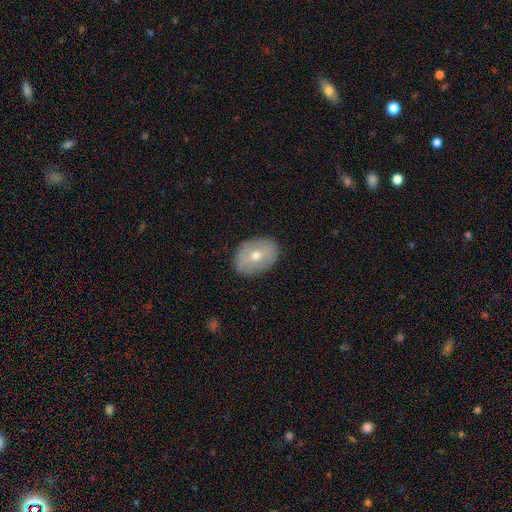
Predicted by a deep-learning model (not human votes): This appears to be a smooth galaxy with no disk features (51%) that is in between round and cigar-shaped (73%). Merging: none (85%).